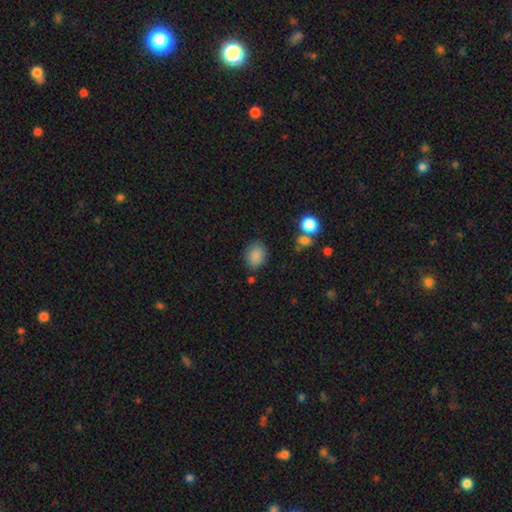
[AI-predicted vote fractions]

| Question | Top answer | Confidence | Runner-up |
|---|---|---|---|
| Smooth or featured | smooth | 87% | star or artifact (9%) |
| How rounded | in between | 54% | round (45%) |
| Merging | none | 79% | minor disturbance (13%) |